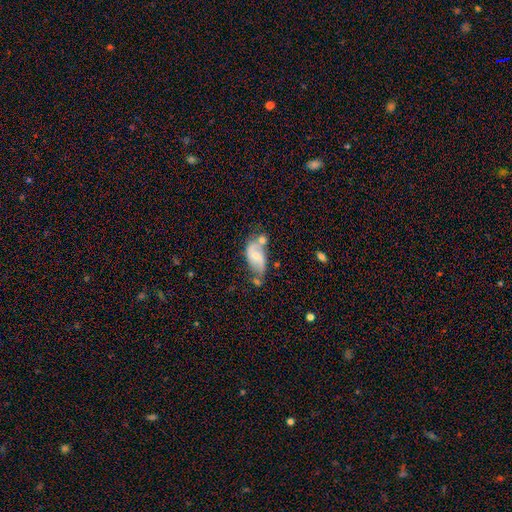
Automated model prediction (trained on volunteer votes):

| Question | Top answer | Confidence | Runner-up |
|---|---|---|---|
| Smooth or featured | featured or disk | 60% | smooth (33%) |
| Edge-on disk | no | 95% | yes (5%) |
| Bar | no | 50% | weak (38%) |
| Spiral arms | yes | 83% | no (17%) |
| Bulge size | small | 54% | moderate (35%) |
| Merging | none | 32% | merger (29%) |